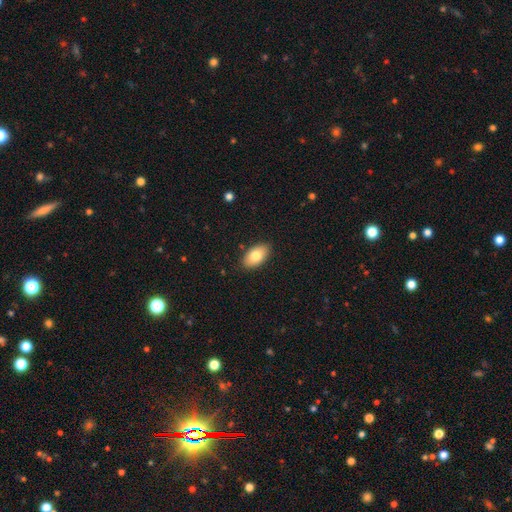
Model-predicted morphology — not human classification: Q: Smooth or featured?
A: smooth (78%); runner-up: featured or disk (15%)
Q: How rounded?
A: in between (94%); runner-up: round (4%)
Q: Merging?
A: none (88%); runner-up: minor disturbance (9%)